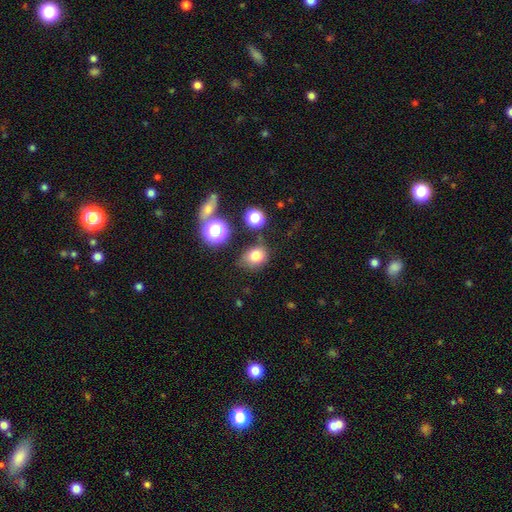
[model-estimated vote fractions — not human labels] Smooth or featured: smooth — 77% (star or artifact — 14%)
How rounded: round — 52% (in between — 47%)
Merging: none — 62% (minor disturbance — 23%)